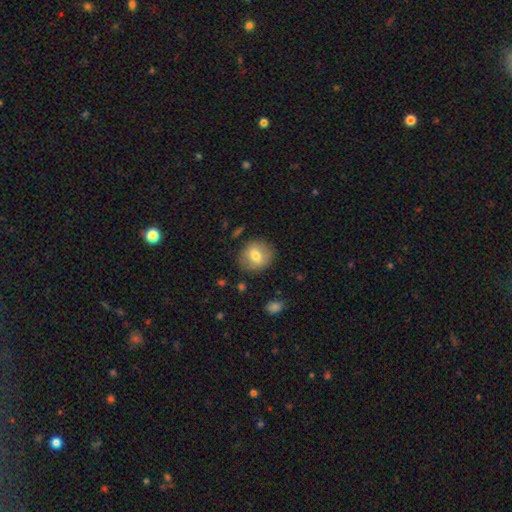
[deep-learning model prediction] Overall: smooth (68%). How rounded: round (79%). Merging: none (82%).